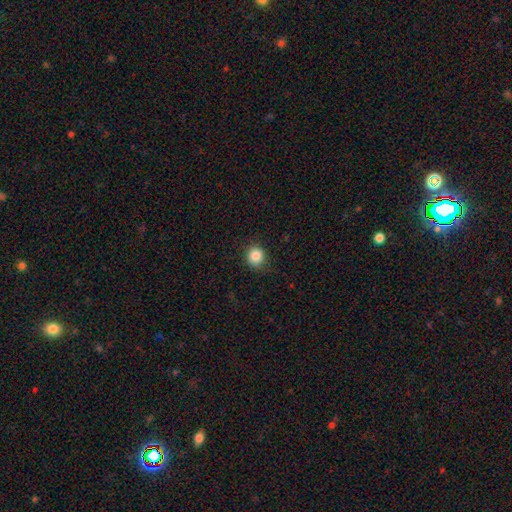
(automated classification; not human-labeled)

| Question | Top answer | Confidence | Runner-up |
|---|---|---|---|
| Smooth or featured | smooth | 85% | star or artifact (10%) |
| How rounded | round | 84% | in between (15%) |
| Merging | none | 85% | minor disturbance (11%) |